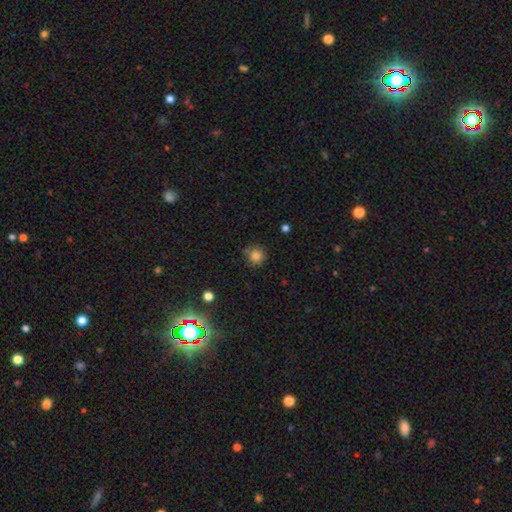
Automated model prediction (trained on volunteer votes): A smooth galaxy with no disk features (83%) that is round (92%).

Vote fractions:
- Smooth or featured? smooth: 83% / star or artifact: 12% / featured or disk: 5%
- How rounded? round: 92% / in between: 7% / cigar-shaped: 1%
- Merging? none: 78% / minor disturbance: 16% / major disturbance: 4% / merger: 3%